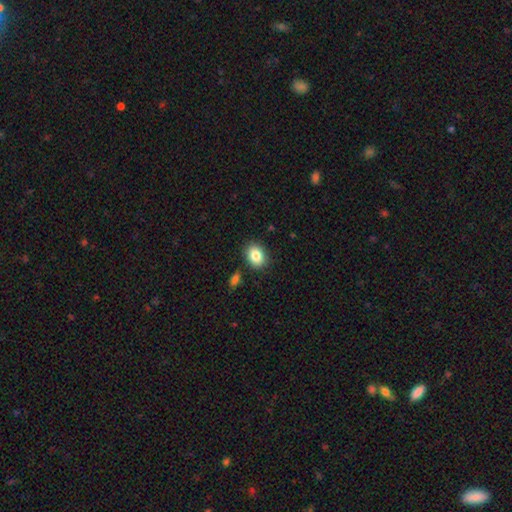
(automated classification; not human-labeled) The model was most divided on "how rounded": in between: 64%, round: 35%, cigar-shaped: 1%. More confident: merging — none (86%); smooth or featured — smooth (85%).